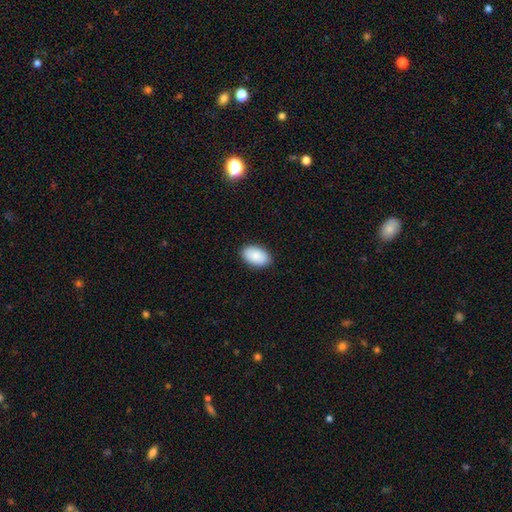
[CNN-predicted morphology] type=smooth (89%); roundness=in between (93%); merging=none (90%).